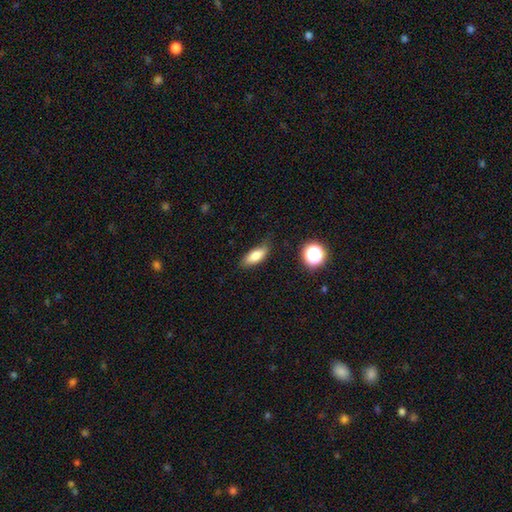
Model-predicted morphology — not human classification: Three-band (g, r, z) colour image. It shows a smooth galaxy with no disk features (79%) that is in between round and cigar-shaped (74%). Merging: none (72%).